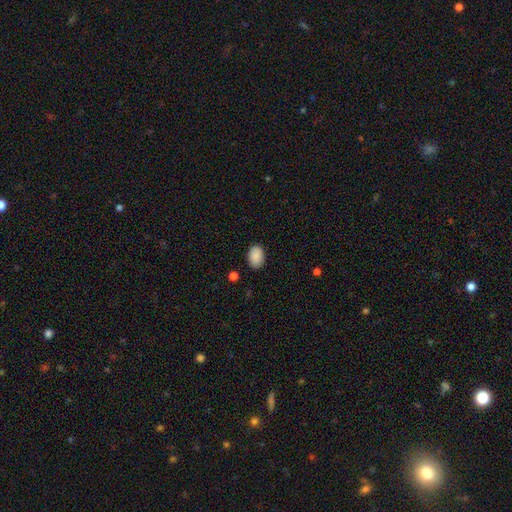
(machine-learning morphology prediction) A smooth galaxy with no disk features (90%) that is in between round and cigar-shaped (85%).

Vote fractions:
- Smooth or featured? smooth: 90% / star or artifact: 7% / featured or disk: 3%
- How rounded? in between: 85% / round: 14% / cigar-shaped: 1%
- Merging? none: 86% / minor disturbance: 10% / major disturbance: 2% / merger: 1%